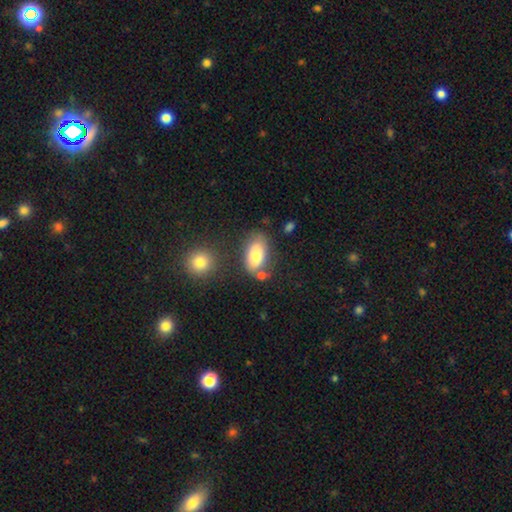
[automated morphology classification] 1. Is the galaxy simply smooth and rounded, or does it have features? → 79% smooth, 14% featured or disk, 7% star or artifact.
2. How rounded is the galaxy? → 91% in between, 5% round, 4% cigar-shaped.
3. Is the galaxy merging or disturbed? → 64% none, 18% minor disturbance, 12% merger, 6% major disturbance.